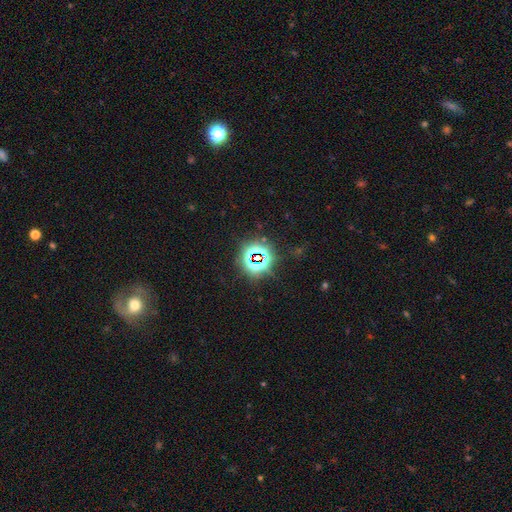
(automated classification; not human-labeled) smooth-or-featured: star or artifact: 78% | smooth: 14% | featured or disk: 8%